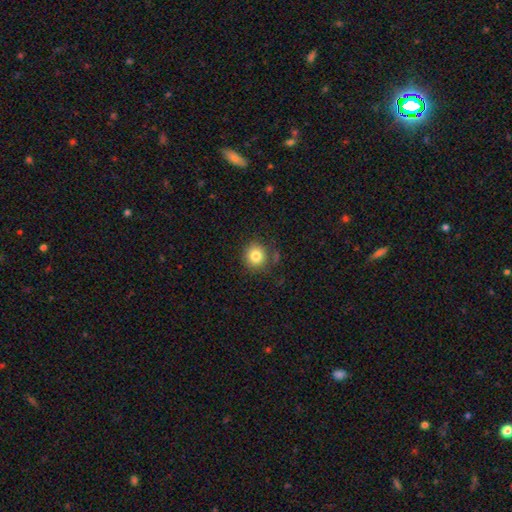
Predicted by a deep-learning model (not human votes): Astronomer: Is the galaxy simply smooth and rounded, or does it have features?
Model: smooth — 82%.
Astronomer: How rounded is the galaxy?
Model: round — 90%.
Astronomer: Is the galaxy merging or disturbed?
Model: none — 81%.